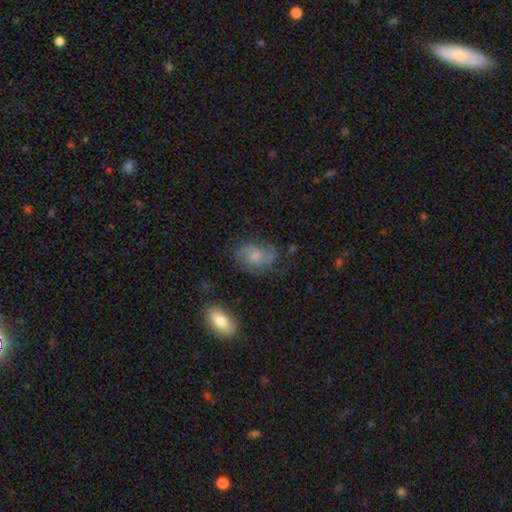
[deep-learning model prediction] Overall: featured or disk (62%; smooth 29%). Edge-on disk: no (97%). Bar: no (71%). Spiral arms: yes (89%). Spiral arm count: 2 (68%). Spiral winding: medium (47%; tight 31%). Bulge size: small (51%; moderate 35%). Merging: none (68%).